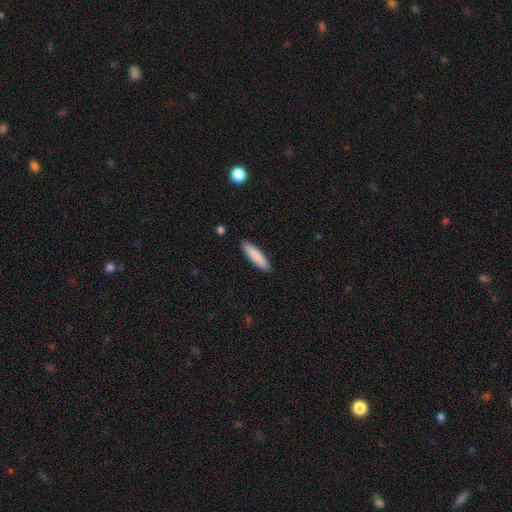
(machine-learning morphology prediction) Overall: smooth (86%). How rounded: cigar-shaped (78%). Merging: none (90%).